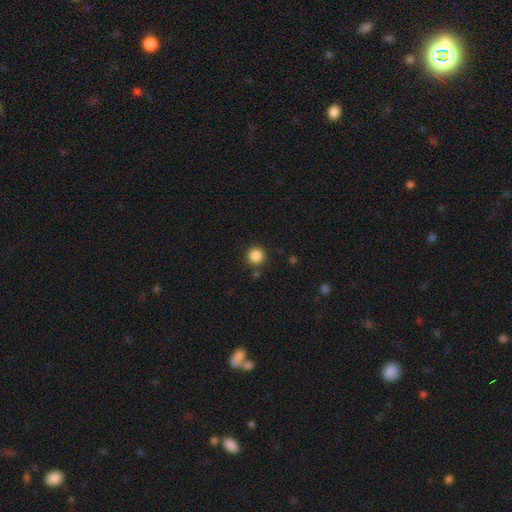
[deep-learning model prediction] This appears to be a smooth galaxy with no disk features (86%) that is round (95%). Merging: none (88%).